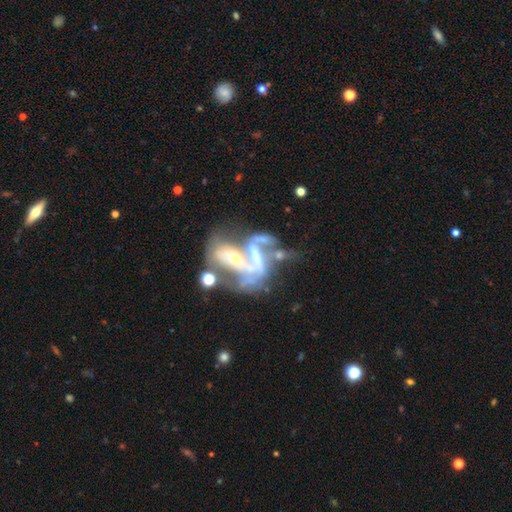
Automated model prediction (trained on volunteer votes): smooth-or-featured: featured or disk: 75% | smooth: 13% | star or artifact: 12%
  disk-edge-on: no: 95% | yes: 5%
    bar: no: 42% | strong: 34% | weak: 23%
    has-spiral-arms: yes: 58% | no: 42%
    bulge-size: small: 43% | moderate: 31% | none: 19% | large: 4% | dominant: 2%
  merging: merger: 56% | major disturbance: 24% | none: 13% | minor disturbance: 8%